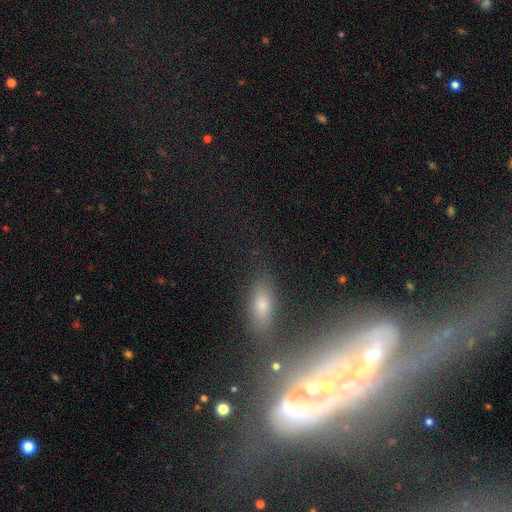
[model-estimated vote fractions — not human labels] The model was most divided on "merging": merger: 32%, none: 30%, major disturbance: 24%, minor disturbance: 14%. More confident: edge-on disk — no (67%); smooth or featured — featured or disk (55%).